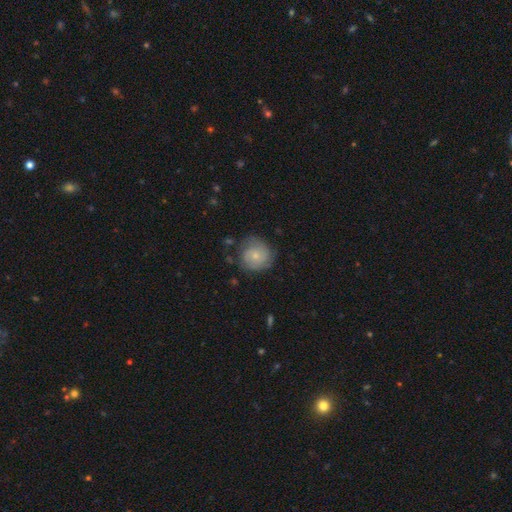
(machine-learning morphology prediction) Q: Smooth or featured?
A: smooth (51%); runner-up: featured or disk (42%)
Q: How rounded?
A: round (88%); runner-up: in between (11%)
Q: Merging?
A: none (68%); runner-up: minor disturbance (23%)